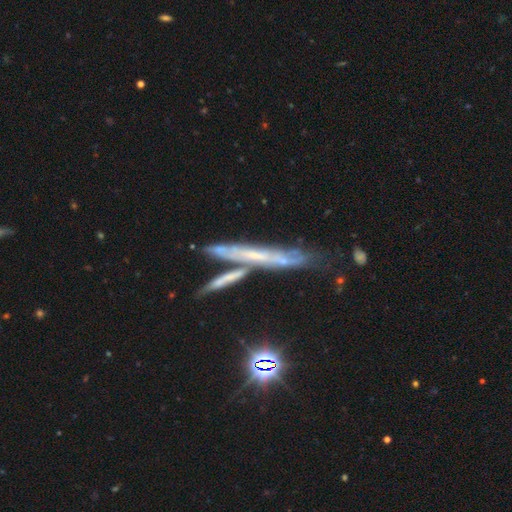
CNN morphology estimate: type=featured or disk (60%); edge-on=yes (81%); merging=none (57%).